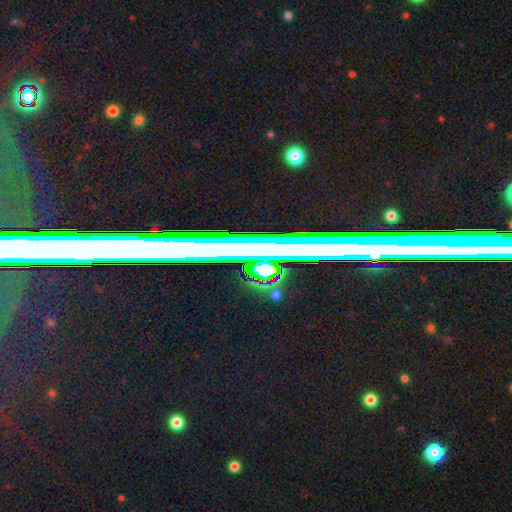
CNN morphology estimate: This is possibly a star or artifact rather than a galaxy (51%).